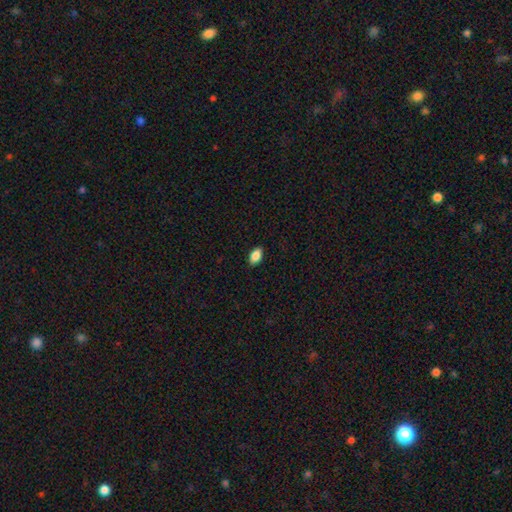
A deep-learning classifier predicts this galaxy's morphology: smooth_or_featured: smooth (p=0.88) [alt: star or artifact p=0.08]
how_rounded: in between (p=0.92) [alt: round p=0.06]
merging: none (p=0.89) [alt: minor disturbance p=0.09]